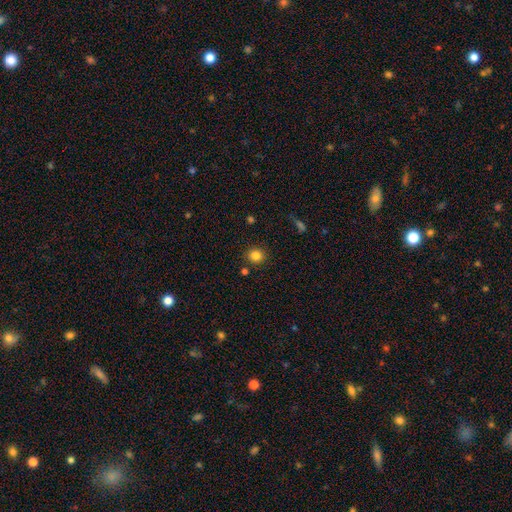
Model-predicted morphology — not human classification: A smooth galaxy with no disk features (83%) that is round (85%). Merging: none (86%).